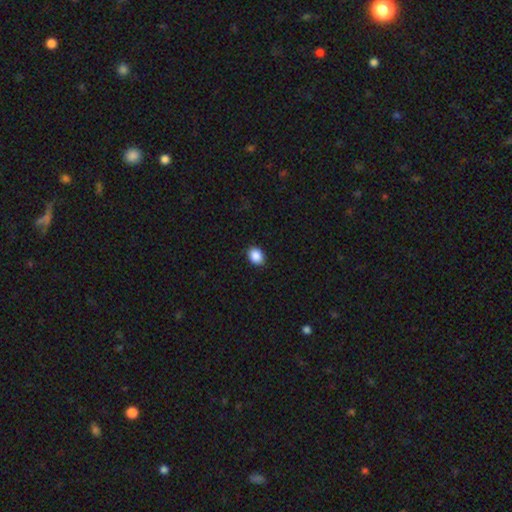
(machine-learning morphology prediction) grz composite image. It shows a smooth galaxy with no disk features (89%) that is in between round and cigar-shaped (61%). Merging: none (90%).